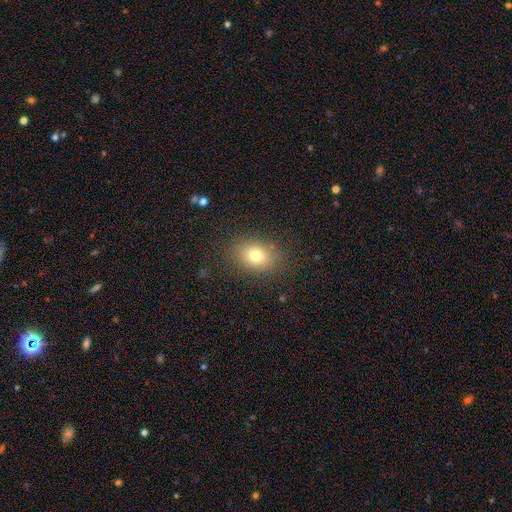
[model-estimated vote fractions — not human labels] Morphology: type=smooth (75%); roundness=in between (58%); merging=none (85%).